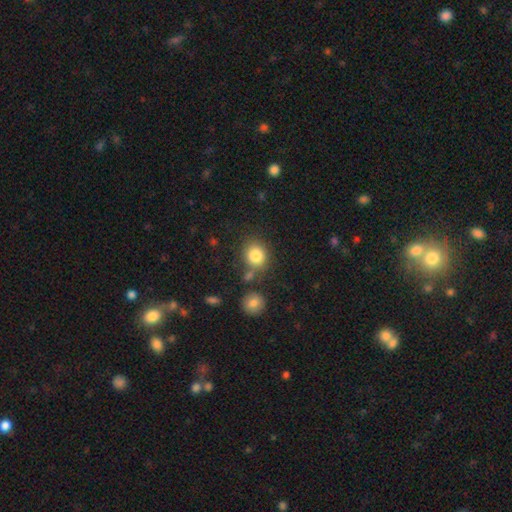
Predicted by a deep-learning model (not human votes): Smooth or featured? Predicted: smooth (p=0.82). How rounded? Predicted: round (p=0.76). Merging? Predicted: none (p=0.71).